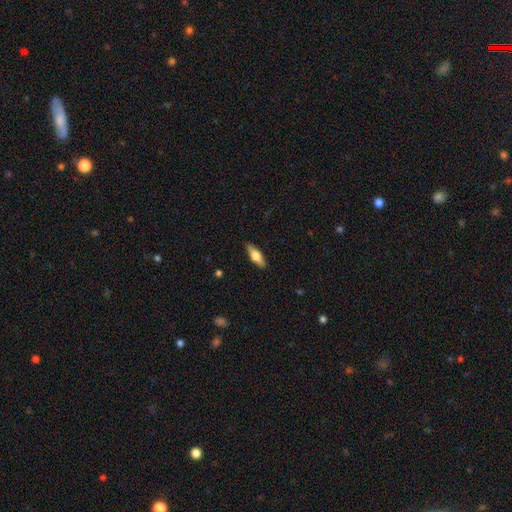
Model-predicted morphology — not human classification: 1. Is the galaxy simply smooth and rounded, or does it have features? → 59% smooth, 35% featured or disk, 6% star or artifact.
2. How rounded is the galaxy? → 56% in between, 41% cigar-shaped, 3% round.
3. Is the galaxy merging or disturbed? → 87% none, 10% minor disturbance, 2% major disturbance, 1% merger.